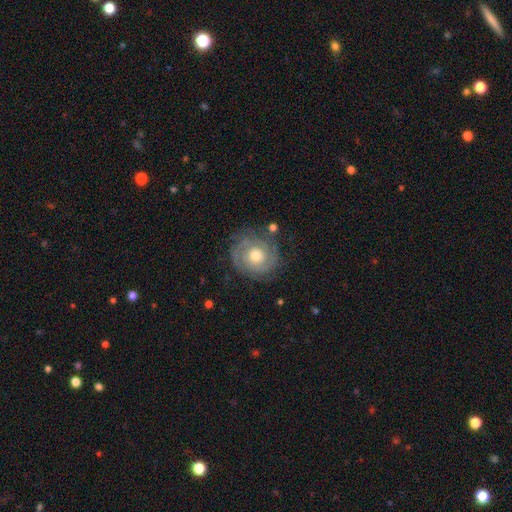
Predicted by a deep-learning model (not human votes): smooth_or_featured: featured or disk (p=0.84) [alt: smooth p=0.10]
disk_edge_on: no (p=0.98) [alt: yes p=0.02]
bar: no (p=0.79) [alt: weak p=0.17]
has_spiral_arms: yes (p=0.95) [alt: no p=0.05]
spiral_winding: tight (p=0.76) [alt: medium p=0.20]
spiral_arm_count: 2 (p=0.54) [alt: 3 p=0.17]
bulge_size: moderate (p=0.73) [alt: small p=0.18]
merging: none (p=0.79) [alt: minor disturbance p=0.14]